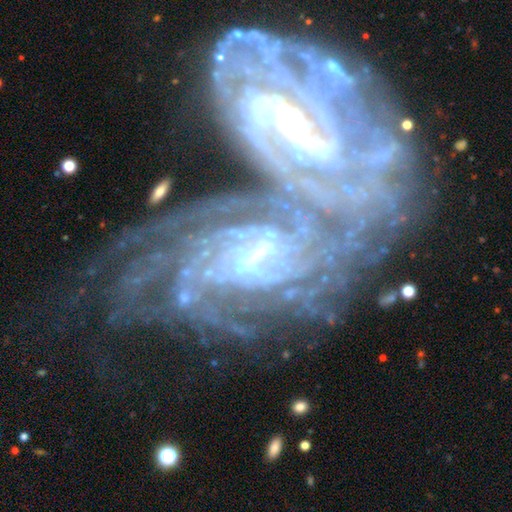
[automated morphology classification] featured or disk 87%, star or artifact 7%, smooth 6%. Down the decision tree: edge-on disk — no (96%); bar — weak (42%); spiral arms — yes (95%); spiral arm count — can't tell (31%); spiral winding — tight (62%); bulge size — small (52%); merging — merger (42%).